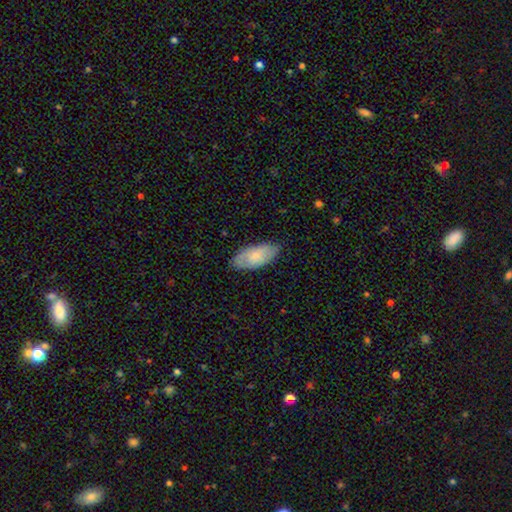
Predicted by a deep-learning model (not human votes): Smooth or featured: smooth — 74% (featured or disk — 20%)
How rounded: in between — 92% (cigar-shaped — 6%)
Merging: none — 76% (minor disturbance — 19%)